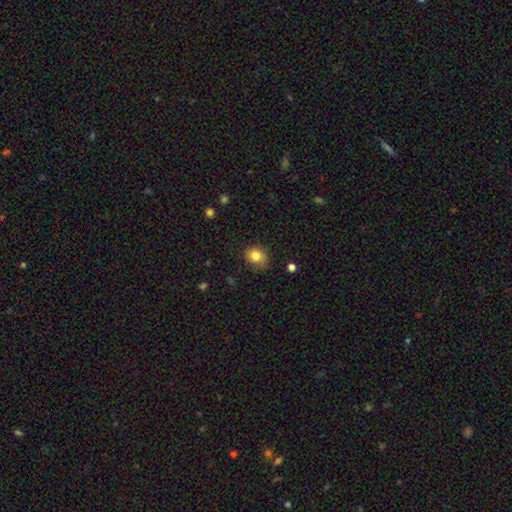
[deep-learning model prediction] Morphology: type=smooth (83%); roundness=round (54%); merging=none (79%).